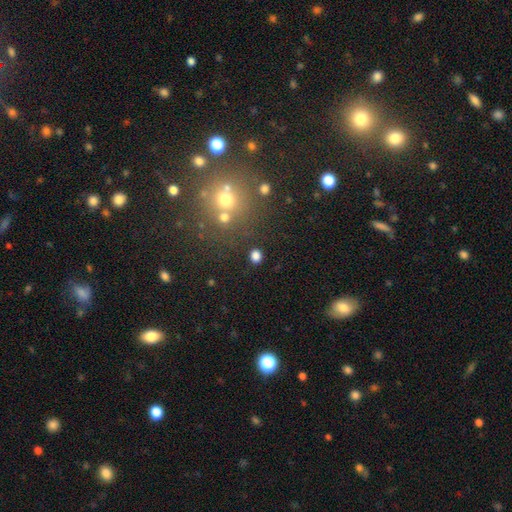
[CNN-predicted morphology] Overall: smooth (79%). How rounded: round (72%). Merging: none (86%).